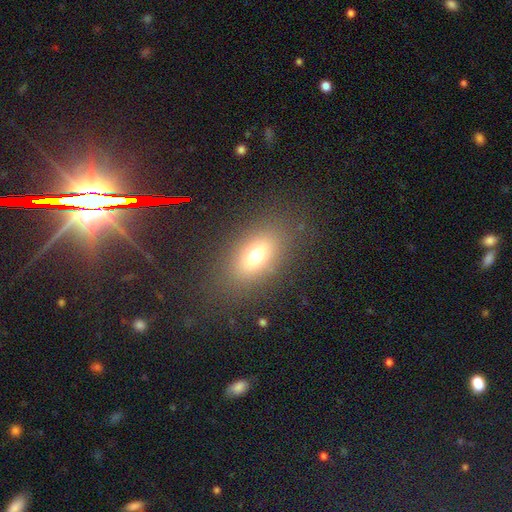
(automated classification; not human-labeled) Smooth or featured: smooth — 69% (featured or disk — 17%)
How rounded: in between — 79% (round — 15%)
Merging: none — 82% (minor disturbance — 10%)